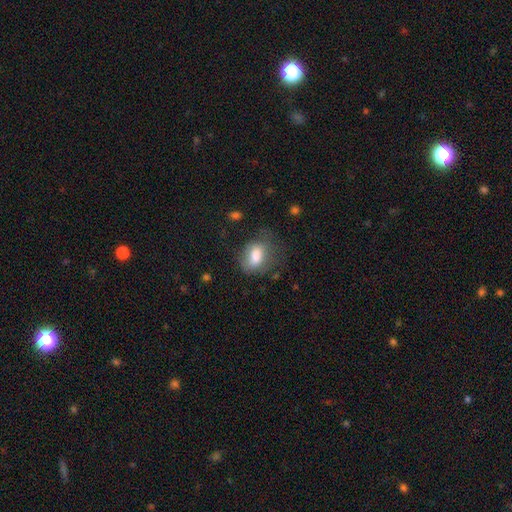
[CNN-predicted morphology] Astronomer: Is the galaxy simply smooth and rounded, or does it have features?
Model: smooth — 78%.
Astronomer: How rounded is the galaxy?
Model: in between — 77%.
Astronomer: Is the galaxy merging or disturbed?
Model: none — 53% (runner-up: minor disturbance, 28%).